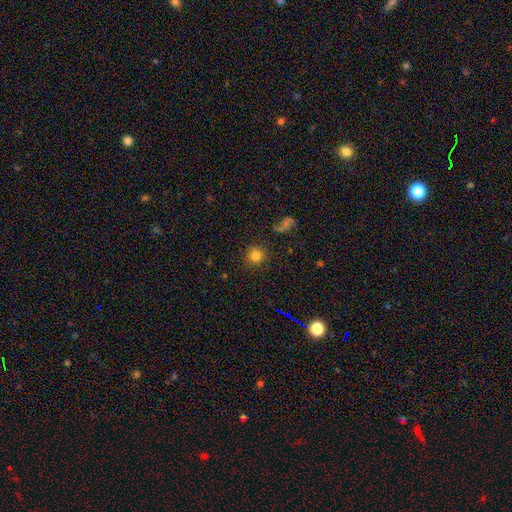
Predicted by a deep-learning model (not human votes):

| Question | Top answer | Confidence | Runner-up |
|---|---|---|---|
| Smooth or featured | smooth | 79% | star or artifact (13%) |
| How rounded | round | 94% | in between (5%) |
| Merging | none | 89% | minor disturbance (7%) |